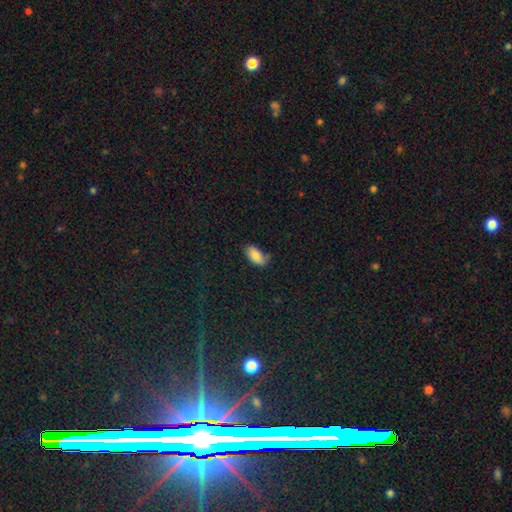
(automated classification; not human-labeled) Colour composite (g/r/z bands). It shows a smooth galaxy with no disk features (86%) that is in between round and cigar-shaped (93%). Merging: none (64%).